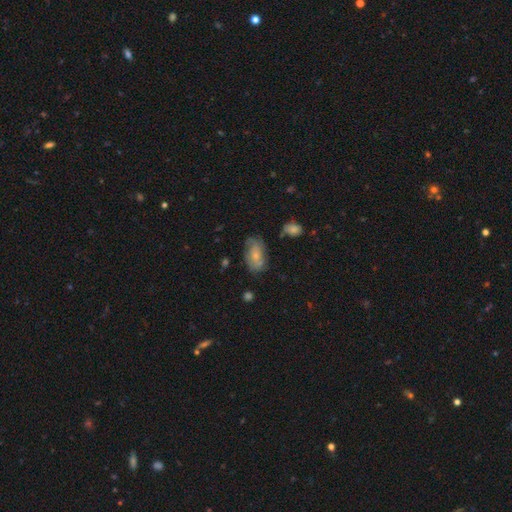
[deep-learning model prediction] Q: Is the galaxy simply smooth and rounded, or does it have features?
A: smooth — 53%.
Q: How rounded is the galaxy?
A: in between — 90%.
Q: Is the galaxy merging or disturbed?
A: none — 62%.